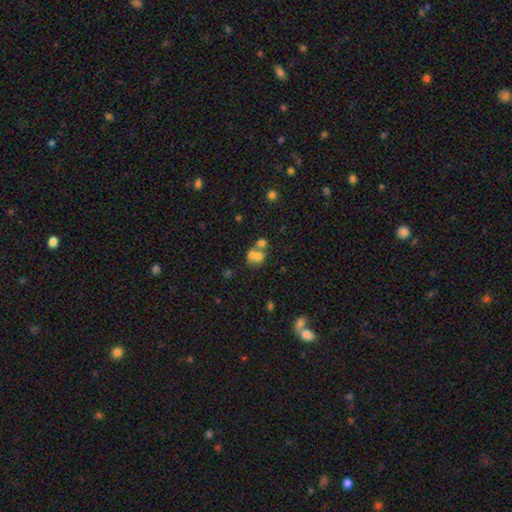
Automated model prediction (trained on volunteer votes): Smooth or featured? Predicted: smooth (p=0.63). How rounded? Predicted: round (p=0.74). Merging? Predicted: merger (p=0.60).